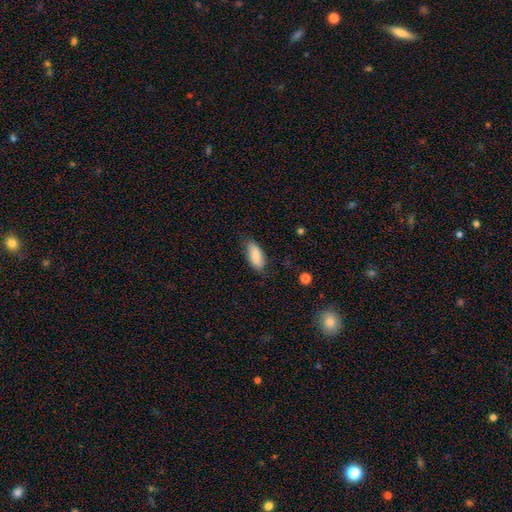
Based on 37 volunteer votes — Q: Smooth or featured?
A: smooth (92%); runner-up: star or artifact (5%)
Q: How rounded?
A: in between (91%); runner-up: cigar-shaped (6%)
Q: Merging?
A: none (51%); runner-up: minor disturbance (34%)